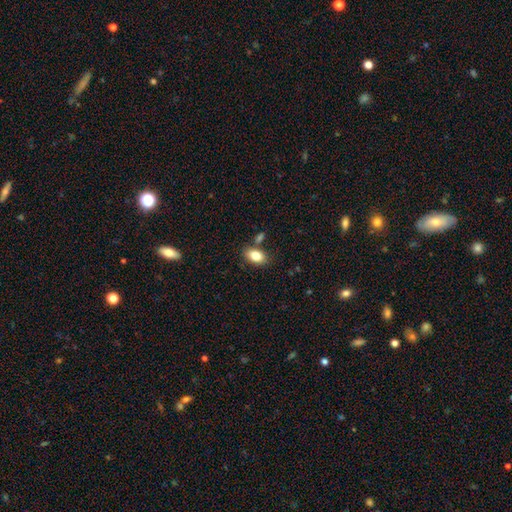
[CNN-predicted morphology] smooth-or-featured: smooth: 84% | featured or disk: 8% | star or artifact: 8%
  how-rounded: in between: 90% | round: 9% | cigar-shaped: 2%
  merging: none: 76% | minor disturbance: 12% | merger: 9% | major disturbance: 3%